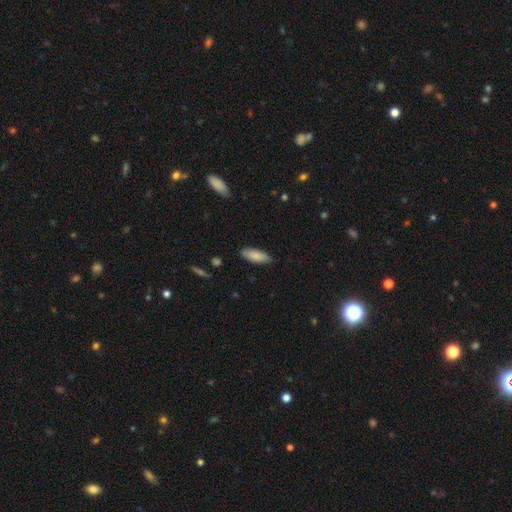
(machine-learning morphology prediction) Smooth or featured: smooth — 86% (featured or disk — 8%)
How rounded: in between — 67% (cigar-shaped — 32%)
Merging: none — 85% (minor disturbance — 12%)